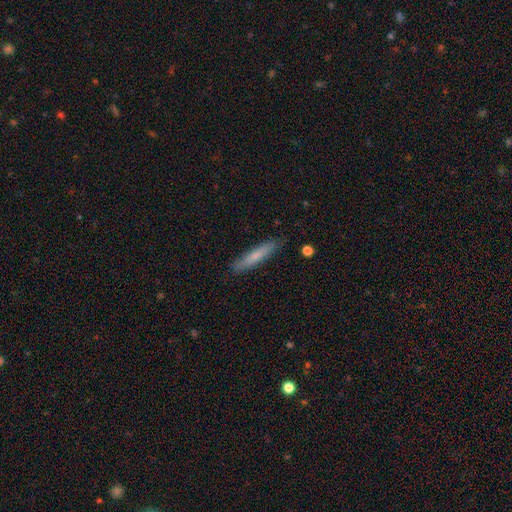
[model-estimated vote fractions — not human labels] smooth-or-featured: smooth: 69% | featured or disk: 26% | star or artifact: 6%
  how-rounded: cigar-shaped: 91% | in between: 8% | round: 1%
  merging: none: 87% | minor disturbance: 10% | major disturbance: 2% | merger: 1%